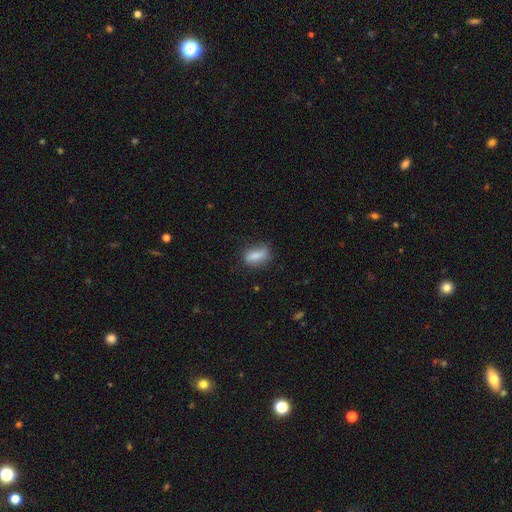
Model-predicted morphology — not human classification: Q: Smooth or featured?
A: smooth (78%); runner-up: featured or disk (14%)
Q: How rounded?
A: in between (77%); runner-up: cigar-shaped (15%)
Q: Merging?
A: none (64%); runner-up: minor disturbance (26%)